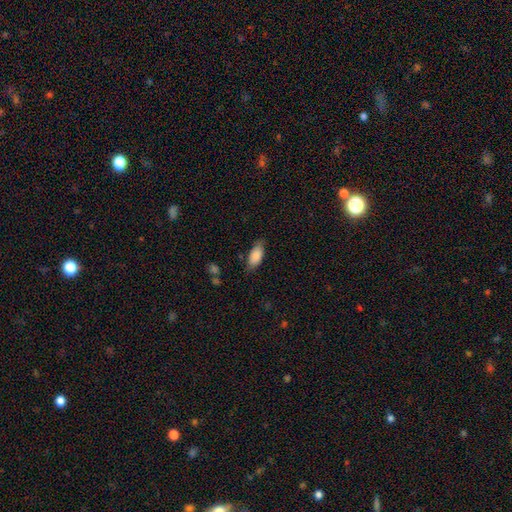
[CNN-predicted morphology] Smooth or featured? Predicted: smooth (p=0.86). How rounded? Predicted: in between (p=0.86). Merging? Predicted: none (p=0.75).